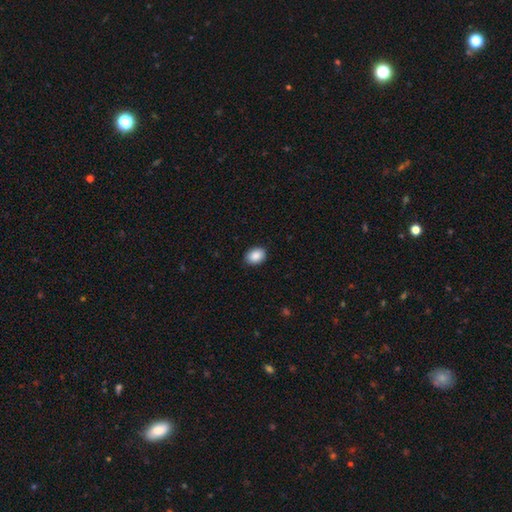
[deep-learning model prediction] Smooth or featured? Predicted: smooth (p=0.89). How rounded? Predicted: in between (p=0.69). Merging? Predicted: none (p=0.89).